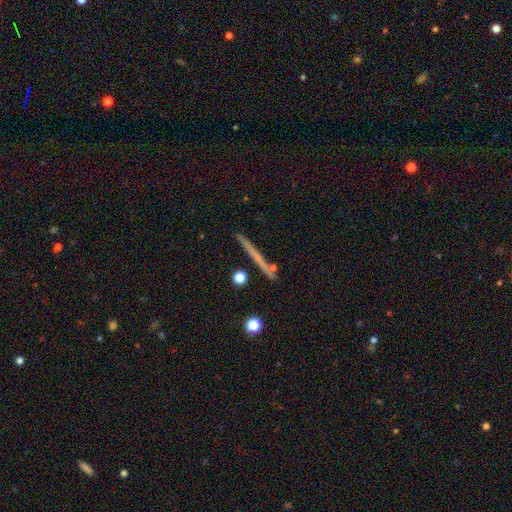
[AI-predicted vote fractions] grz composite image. It shows a smooth galaxy with no disk features (46%). Merging: none (85%).